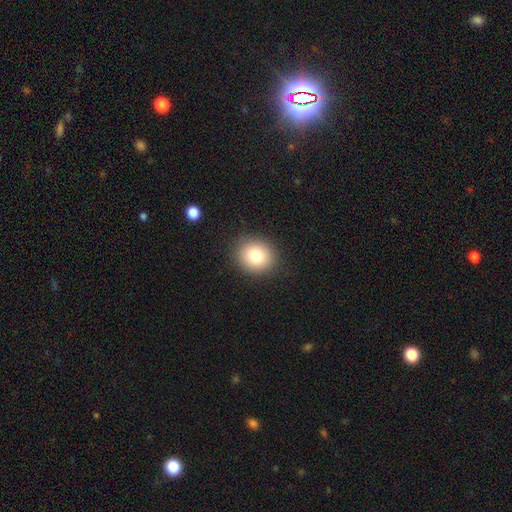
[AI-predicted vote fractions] Smooth or featured?
  - smooth: 80% *
  - star or artifact: 10%
  - featured or disk: 10%
How rounded?
  - round: 70% *
  - in between: 29%
  - cigar-shaped: 1%
Merging?
  - none: 89% *
  - minor disturbance: 7%
  - major disturbance: 3%
  - merger: 1%